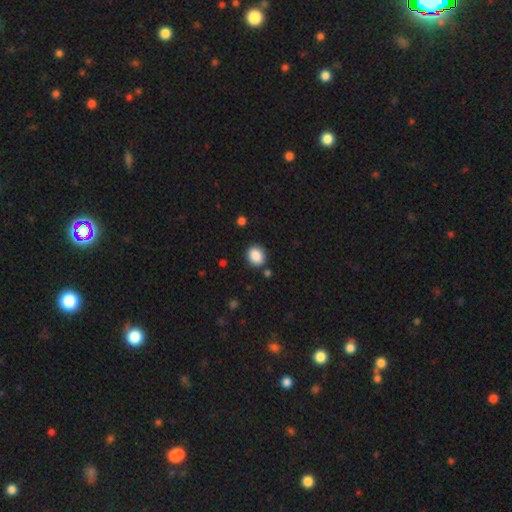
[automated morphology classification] This appears to be a smooth galaxy with no disk features (88%) that is round (62%). Merging: none (84%).